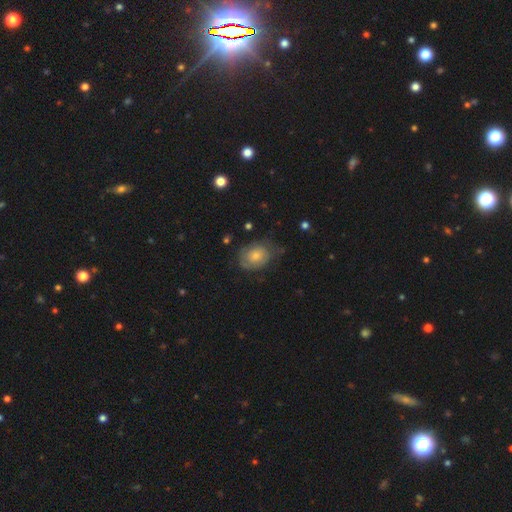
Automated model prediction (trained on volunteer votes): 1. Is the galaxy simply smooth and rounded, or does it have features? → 57% smooth, 35% featured or disk, 8% star or artifact.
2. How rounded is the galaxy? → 61% in between, 38% round, 1% cigar-shaped.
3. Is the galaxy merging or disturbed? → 53% none, 30% minor disturbance, 16% major disturbance, 2% merger.